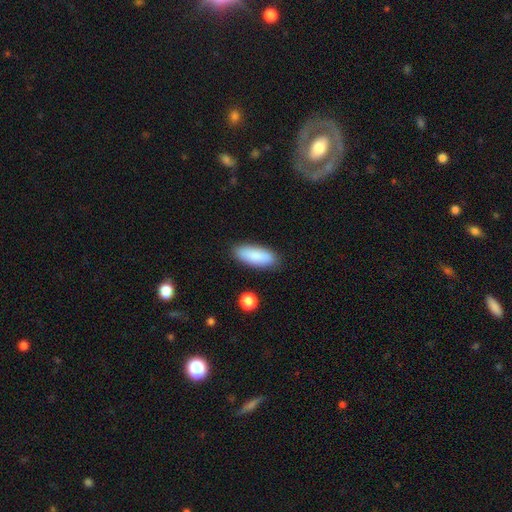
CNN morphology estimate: Overall: smooth (87%). How rounded: in between (73%). Merging: none (86%).